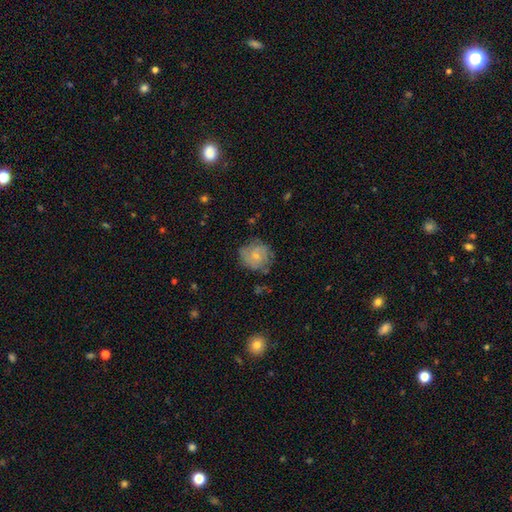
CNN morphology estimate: type=featured or disk (51%); edge-on=no (98%); merging=none (67%).